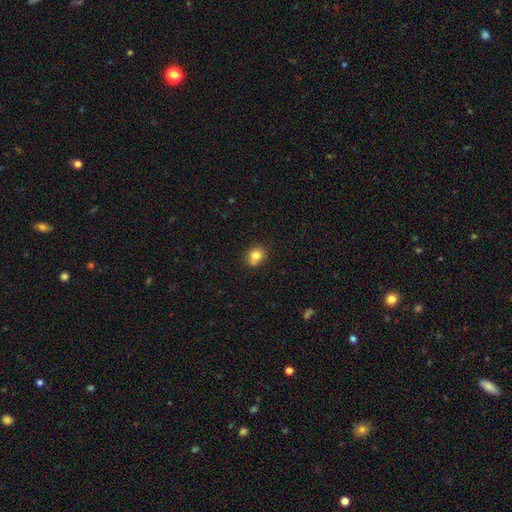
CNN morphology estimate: type=smooth (80%); roundness=round (66%); merging=none (64%).